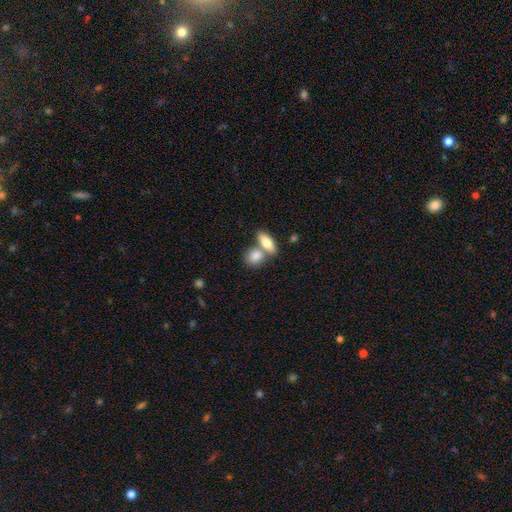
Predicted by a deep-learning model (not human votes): Q: Smooth or featured?
A: smooth (81%); runner-up: featured or disk (13%)
Q: How rounded?
A: in between (62%); runner-up: round (30%)
Q: Merging?
A: merger (48%); runner-up: none (40%)